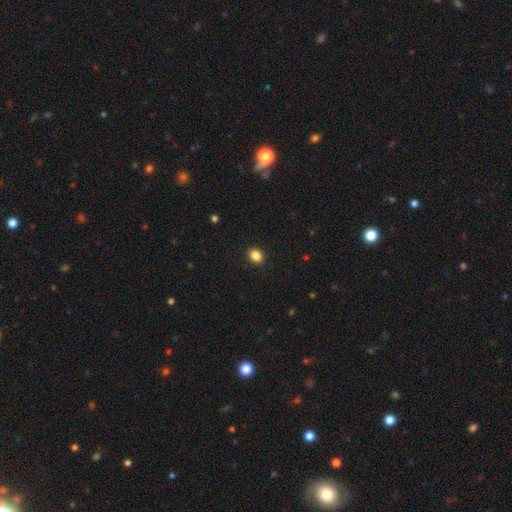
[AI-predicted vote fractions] smooth 87%, star or artifact 10%, featured or disk 3%. Down the decision tree: how rounded — in between (56%); merging — none (91%).